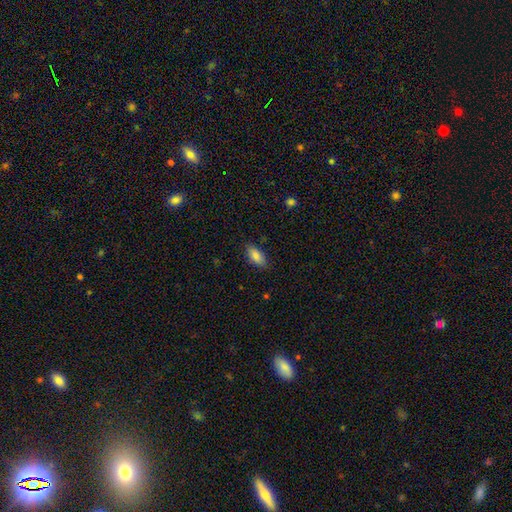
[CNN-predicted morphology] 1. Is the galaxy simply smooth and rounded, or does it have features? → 84% smooth, 9% featured or disk, 7% star or artifact.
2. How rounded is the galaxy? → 86% in between, 12% cigar-shaped, 3% round.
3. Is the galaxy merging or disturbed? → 85% none, 12% minor disturbance, 2% major disturbance, 1% merger.